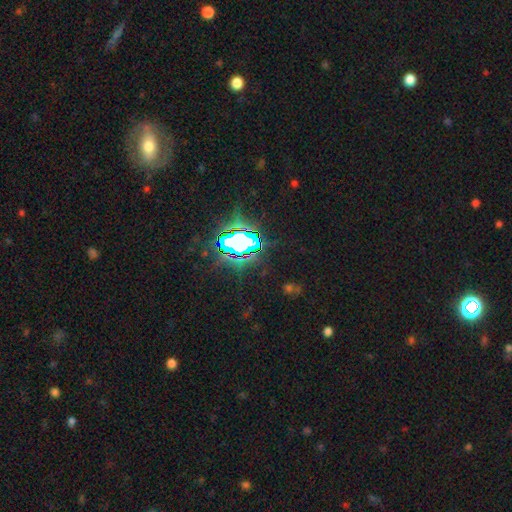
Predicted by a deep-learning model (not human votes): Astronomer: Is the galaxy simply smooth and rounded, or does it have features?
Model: star or artifact — 78%.